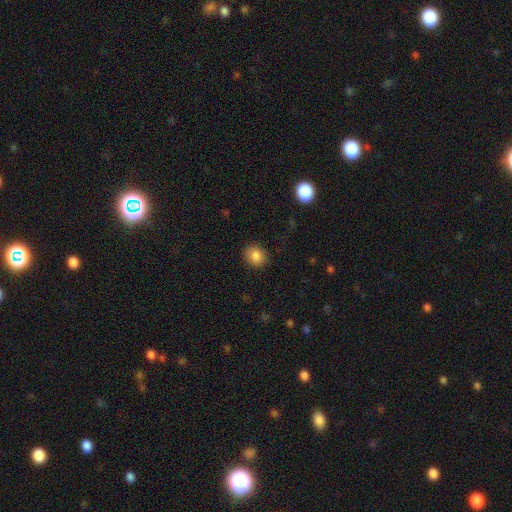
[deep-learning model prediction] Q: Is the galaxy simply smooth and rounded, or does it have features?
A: smooth — 85%.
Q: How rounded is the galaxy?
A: round — 62%.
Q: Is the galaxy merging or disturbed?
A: none — 88%.